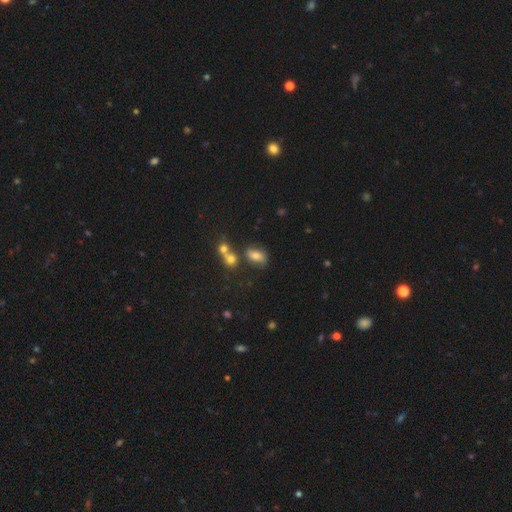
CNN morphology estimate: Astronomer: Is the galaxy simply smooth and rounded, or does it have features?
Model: smooth — 63%.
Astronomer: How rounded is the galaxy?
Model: in between — 79%.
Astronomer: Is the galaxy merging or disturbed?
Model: none — 58%.